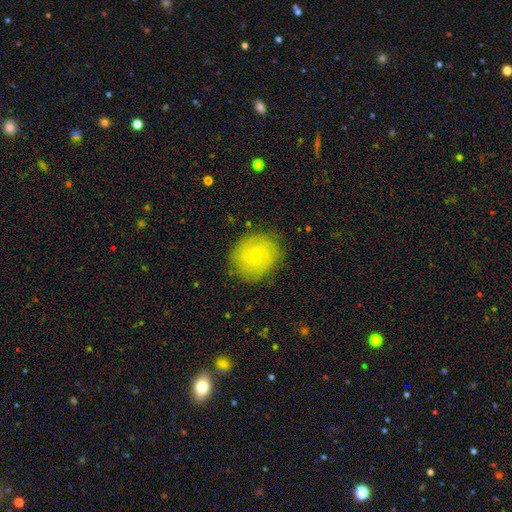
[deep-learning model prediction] A featured or disk galaxy (63%) with no bar (47%), 2 (57%) tight (57%) spiral arms (88%) and a small central bulge (79%). Merging: none (84%).